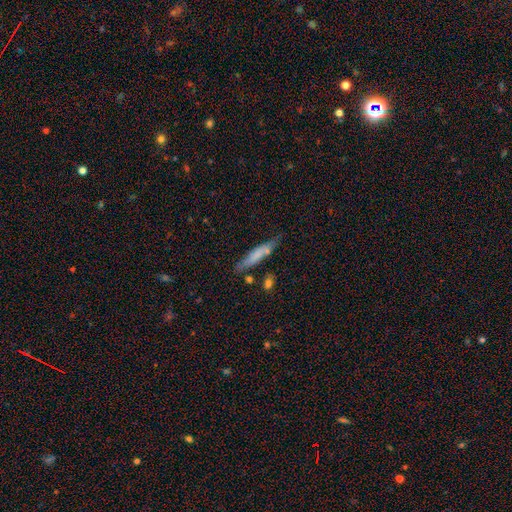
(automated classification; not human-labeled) The model was most divided on "smooth or featured": smooth: 67%, featured or disk: 27%, star or artifact: 7%. More confident: how rounded — cigar-shaped (83%); merging — none (67%).